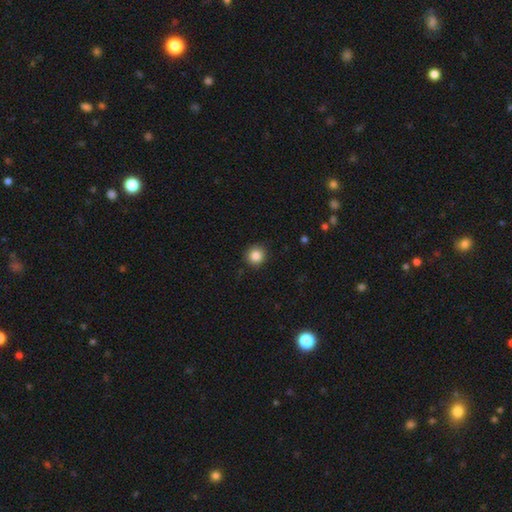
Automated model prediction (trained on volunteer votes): Q: Smooth or featured?
A: smooth (86%); runner-up: star or artifact (10%)
Q: How rounded?
A: round (94%); runner-up: in between (5%)
Q: Merging?
A: none (91%); runner-up: minor disturbance (7%)